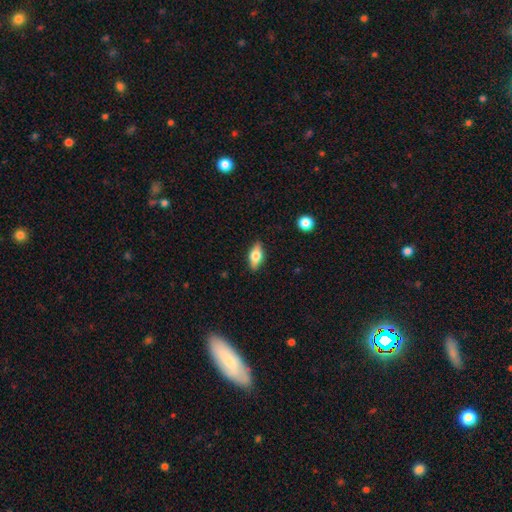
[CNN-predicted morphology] smooth_or_featured: smooth (p=0.59) [alt: featured or disk p=0.33]
how_rounded: in between (p=0.81) [alt: cigar-shaped p=0.14]
merging: none (p=0.86) [alt: minor disturbance p=0.10]